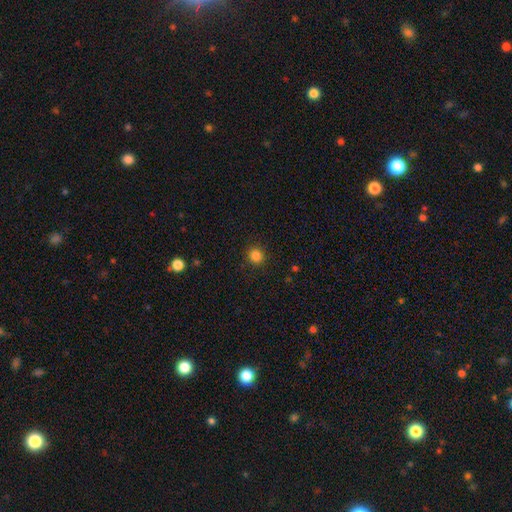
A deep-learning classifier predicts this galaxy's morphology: type=smooth (84%); roundness=round (87%); merging=none (91%).